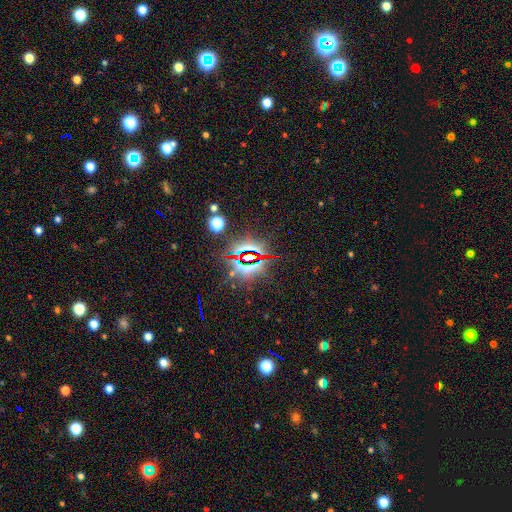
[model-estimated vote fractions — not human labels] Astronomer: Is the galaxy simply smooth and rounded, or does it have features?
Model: star or artifact — 83%.